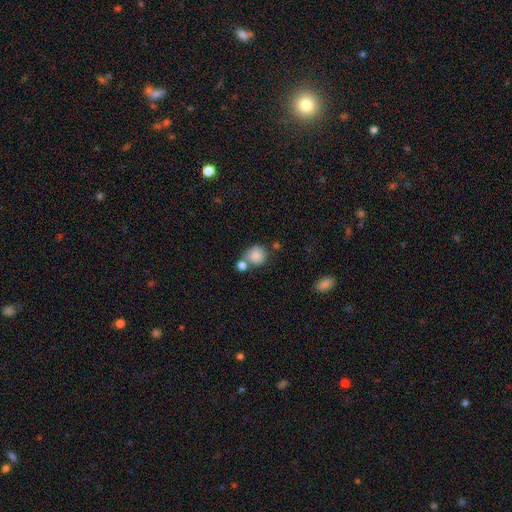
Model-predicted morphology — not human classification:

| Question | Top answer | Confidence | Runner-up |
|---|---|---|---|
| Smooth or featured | smooth | 83% | star or artifact (9%) |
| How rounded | round | 85% | in between (14%) |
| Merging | none | 54% | merger (28%) |